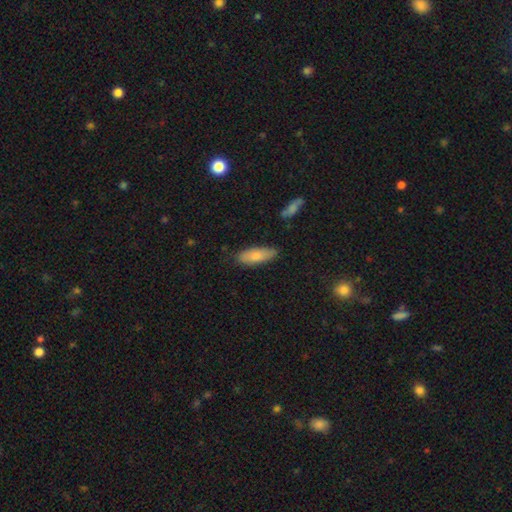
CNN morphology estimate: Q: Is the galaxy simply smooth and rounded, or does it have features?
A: smooth — 78%.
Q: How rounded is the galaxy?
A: in between — 66%.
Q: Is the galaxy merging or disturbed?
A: none — 78%.